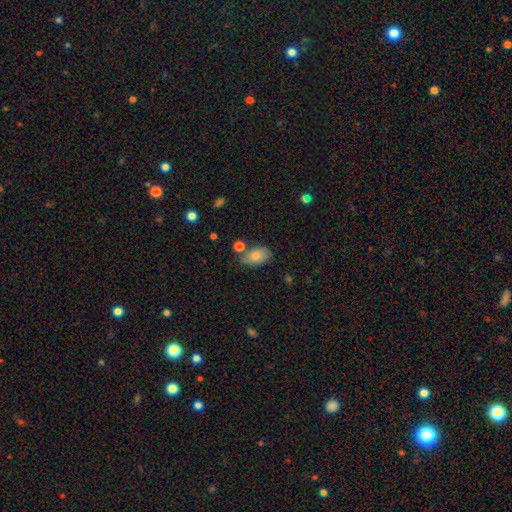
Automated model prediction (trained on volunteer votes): Smooth or featured?
  - smooth: 78% *
  - featured or disk: 14%
  - star or artifact: 9%
How rounded?
  - in between: 89% *
  - round: 9%
  - cigar-shaped: 2%
Merging?
  - none: 71% *
  - minor disturbance: 16%
  - merger: 9%
  - major disturbance: 4%